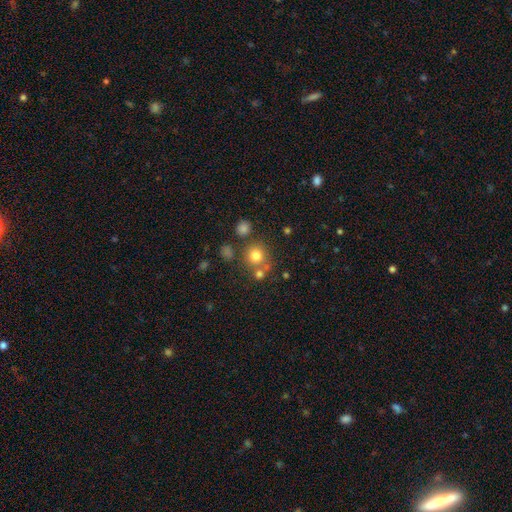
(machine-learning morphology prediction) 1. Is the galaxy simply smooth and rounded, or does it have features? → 76% smooth, 15% star or artifact, 9% featured or disk.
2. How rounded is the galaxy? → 90% round, 9% in between, 1% cigar-shaped.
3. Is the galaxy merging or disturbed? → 68% none, 18% merger, 9% minor disturbance, 4% major disturbance.